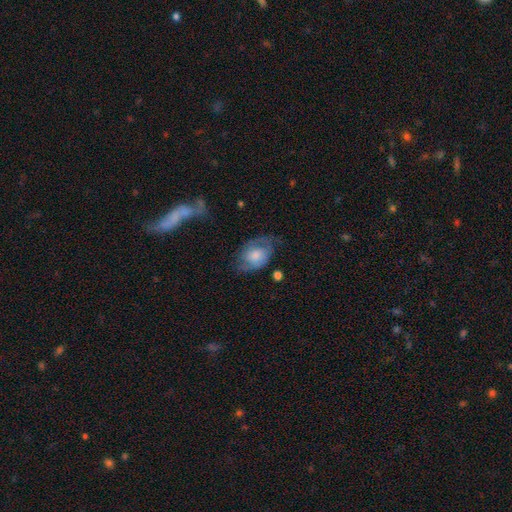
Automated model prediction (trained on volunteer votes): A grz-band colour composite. It shows a featured or disk galaxy (49%). Merging: none (49%).